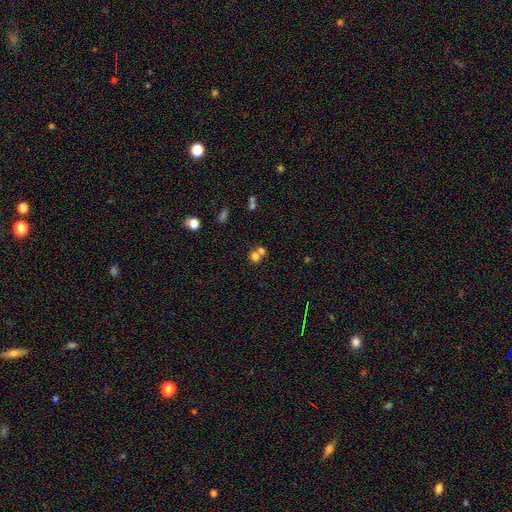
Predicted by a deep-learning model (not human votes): The model was most divided on "merging": merger: 51%, none: 39%, minor disturbance: 6%, major disturbance: 4%. More confident: how rounded — round (75%); smooth or featured — smooth (73%).